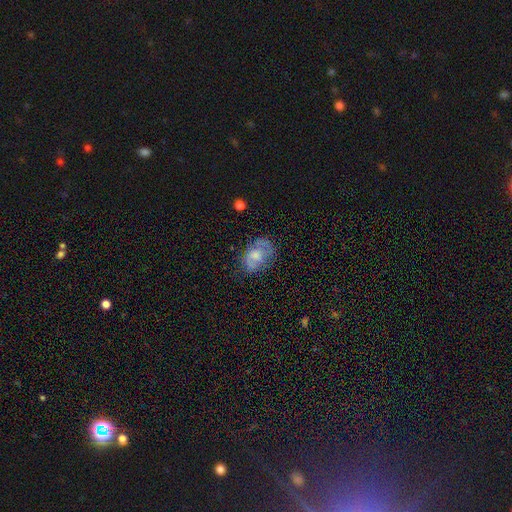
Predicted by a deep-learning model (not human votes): Smooth or featured: smooth — 46% (featured or disk — 45%)
Merging: none — 54% (minor disturbance — 27%)